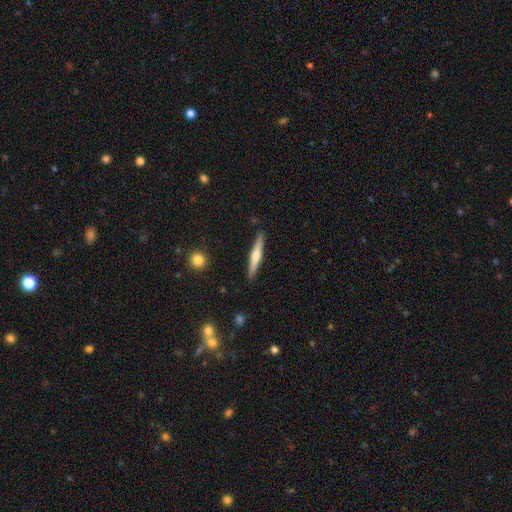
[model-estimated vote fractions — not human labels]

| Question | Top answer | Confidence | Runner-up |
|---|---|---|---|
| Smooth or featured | featured or disk | 53% | smooth (42%) |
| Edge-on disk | yes | 97% | no (3%) |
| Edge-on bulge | rounded | 77% | none (12%) |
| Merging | none | 90% | minor disturbance (7%) |